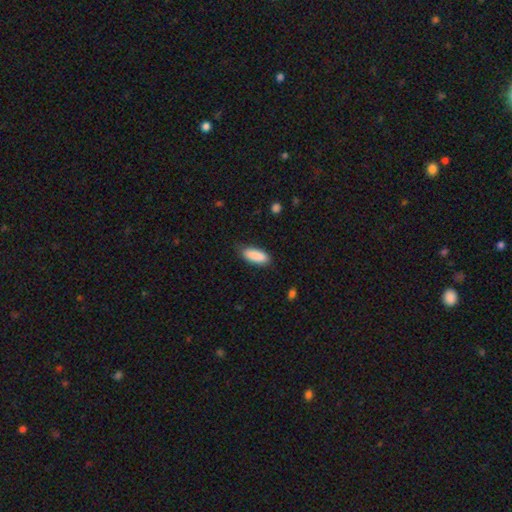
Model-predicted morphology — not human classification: Smooth or featured? Predicted: smooth (p=0.90). How rounded? Predicted: in between (p=0.74). Merging? Predicted: none (p=0.81).